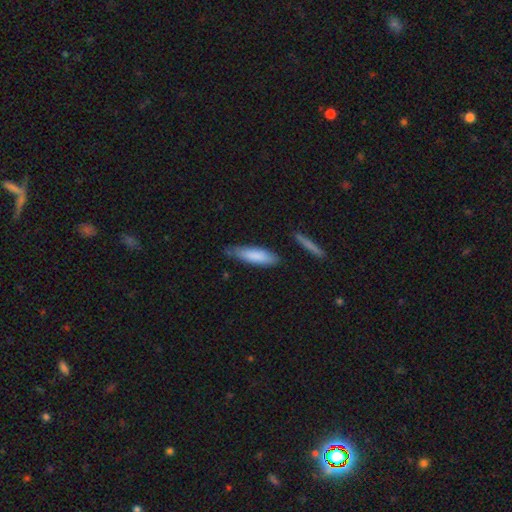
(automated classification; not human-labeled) Smooth or featured?
  - smooth: 82% *
  - featured or disk: 13%
  - star or artifact: 5%
How rounded?
  - cigar-shaped: 64% *
  - in between: 34%
  - round: 1%
Merging?
  - none: 71% *
  - minor disturbance: 22%
  - major disturbance: 3%
  - merger: 3%